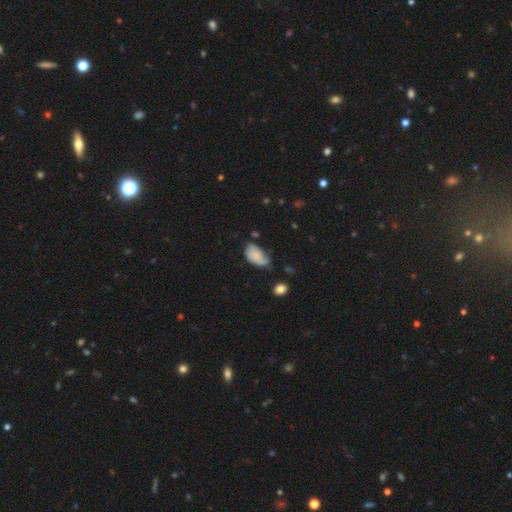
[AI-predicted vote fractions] Smooth or featured? Predicted: smooth (p=0.71). How rounded? Predicted: in between (p=0.92). Merging? Predicted: minor disturbance (p=0.42).